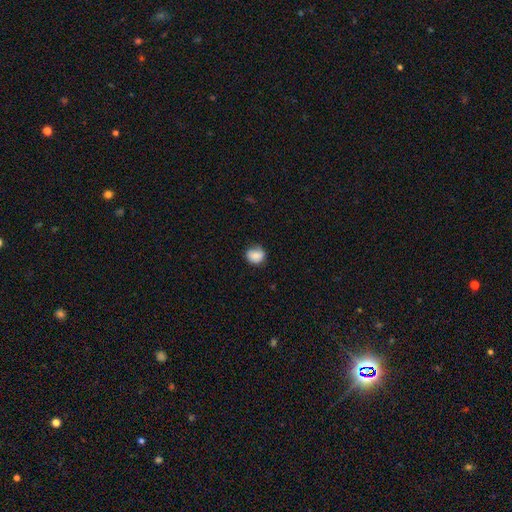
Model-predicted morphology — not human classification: Smooth or featured?
  - smooth: 80% *
  - featured or disk: 11%
  - star or artifact: 9%
How rounded?
  - round: 74% *
  - in between: 25%
  - cigar-shaped: 1%
Merging?
  - none: 68% *
  - minor disturbance: 24%
  - major disturbance: 6%
  - merger: 2%